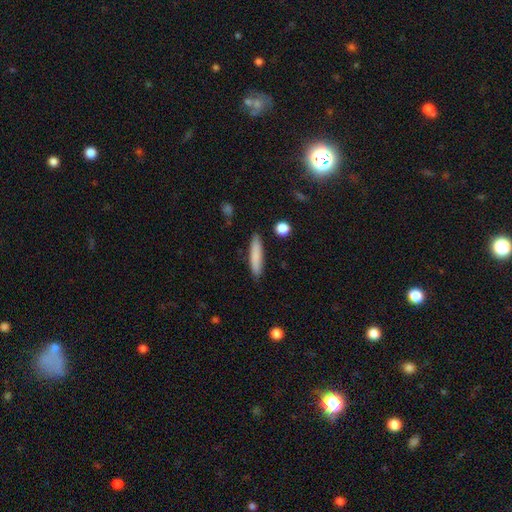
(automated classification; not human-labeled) Smooth or featured: smooth — 81% (featured or disk — 12%)
How rounded: cigar-shaped — 87% (in between — 12%)
Merging: none — 88% (minor disturbance — 8%)